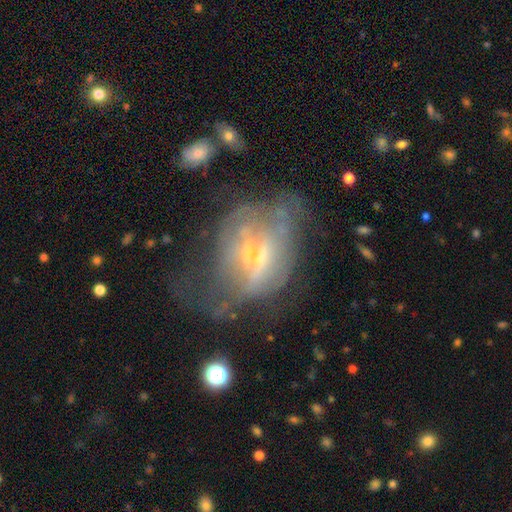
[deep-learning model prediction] smooth_or_featured: featured or disk (p=0.59) [alt: smooth p=0.29]
disk_edge_on: no (p=0.93) [alt: yes p=0.07]
bar: no (p=0.64) [alt: weak p=0.27]
has_spiral_arms: no (p=0.74) [alt: yes p=0.26]
bulge_size: small (p=0.49) [alt: moderate p=0.32]
merging: major disturbance (p=0.42) [alt: none p=0.29]